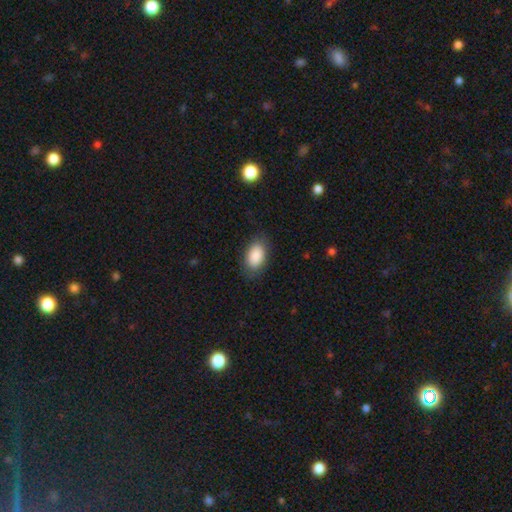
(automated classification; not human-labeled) This appears to be a smooth galaxy with no disk features (88%) that is in between round and cigar-shaped (92%). Merging: none (82%).